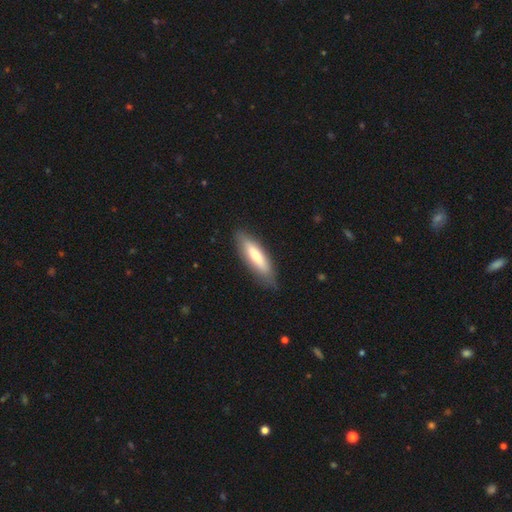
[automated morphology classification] Smooth or featured?
  - smooth: 67% *
  - featured or disk: 28%
  - star or artifact: 5%
How rounded?
  - cigar-shaped: 61% *
  - in between: 37%
  - round: 2%
Merging?
  - none: 82% *
  - minor disturbance: 14%
  - major disturbance: 3%
  - merger: 1%